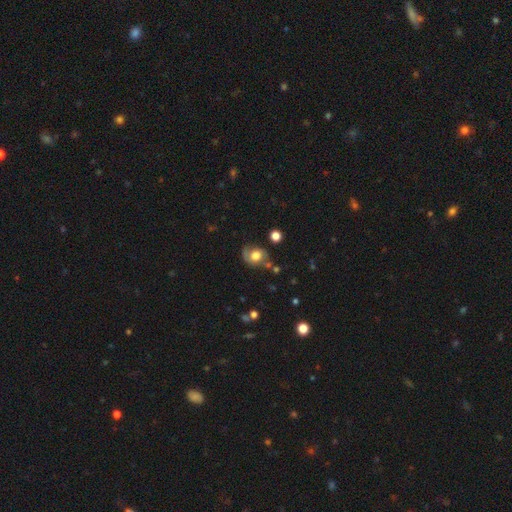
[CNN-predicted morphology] This is possibly a smooth galaxy (52%). How rounded: possibly round (57%). Merging: possibly none (55%).